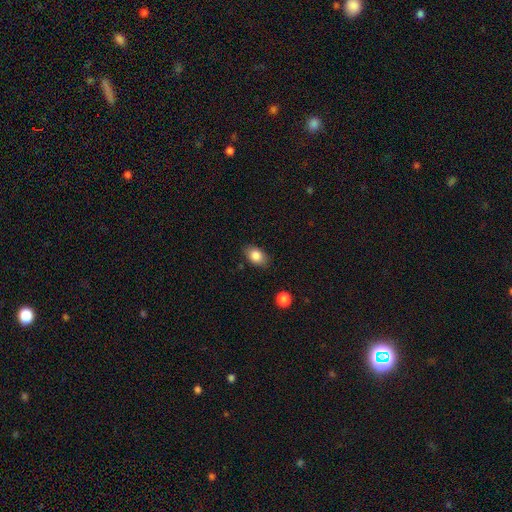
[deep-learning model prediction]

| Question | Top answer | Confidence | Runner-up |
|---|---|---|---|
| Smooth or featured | smooth | 85% | star or artifact (8%) |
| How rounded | in between | 82% | round (17%) |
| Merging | none | 83% | minor disturbance (13%) |